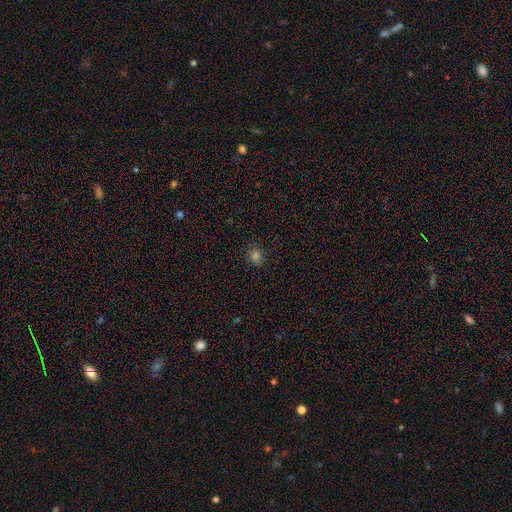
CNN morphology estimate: smooth_or_featured: smooth (p=0.74) [alt: star or artifact p=0.20]
how_rounded: round (p=0.59) [alt: in between p=0.40]
merging: none (p=0.80) [alt: minor disturbance p=0.15]